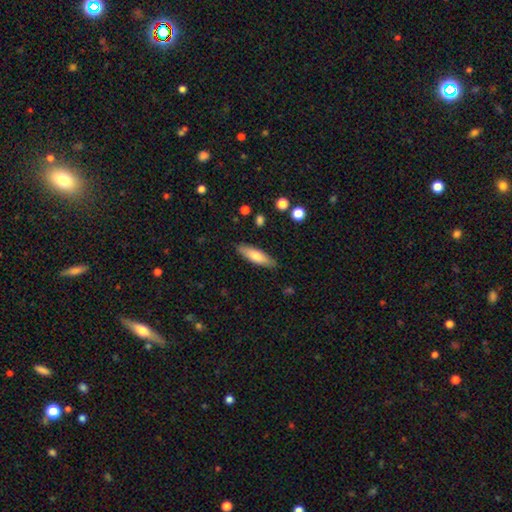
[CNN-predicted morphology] This is likely a smooth galaxy (73%). How rounded: possibly cigar-shaped (56%). Merging: clearly none (87%).